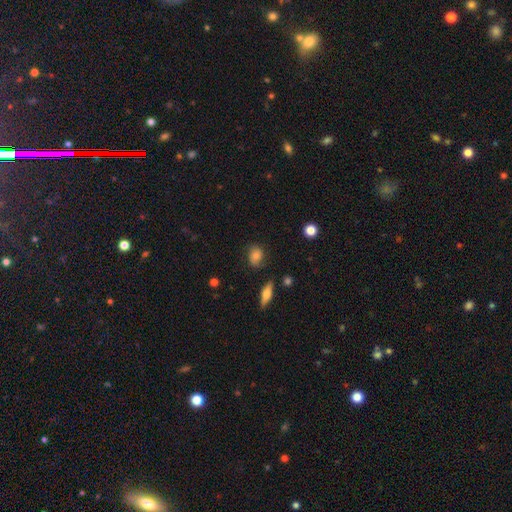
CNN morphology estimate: Smooth or featured?
  - smooth: 70% *
  - featured or disk: 19%
  - star or artifact: 10%
How rounded?
  - in between: 56% *
  - round: 41%
  - cigar-shaped: 2%
Merging?
  - none: 70% *
  - minor disturbance: 22%
  - major disturbance: 6%
  - merger: 2%